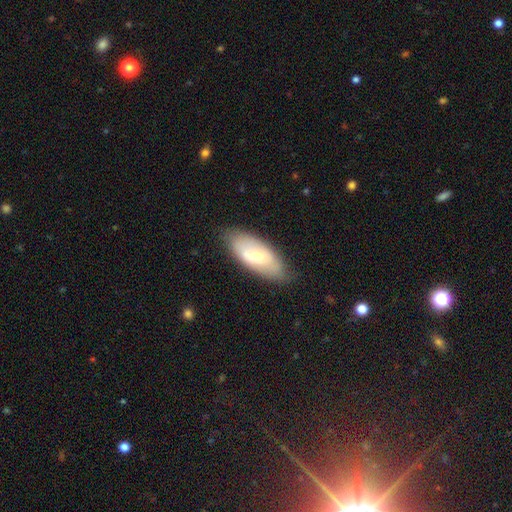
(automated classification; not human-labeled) This is possibly a smooth galaxy (54%). How rounded: clearly in between (85%). Merging: likely none (79%).